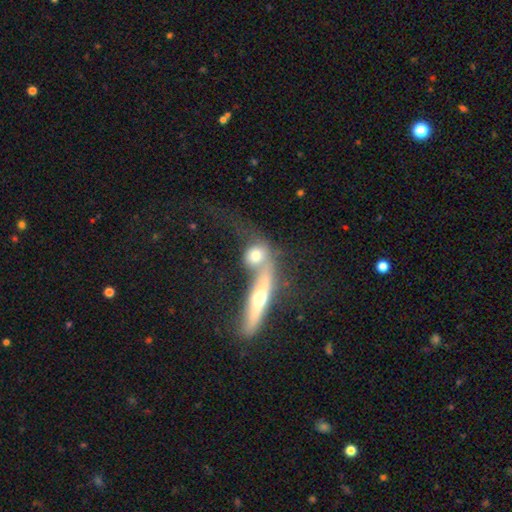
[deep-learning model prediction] This is possibly a smooth galaxy (60%). How rounded: possibly round (56%). Merging: possibly merger (57%).